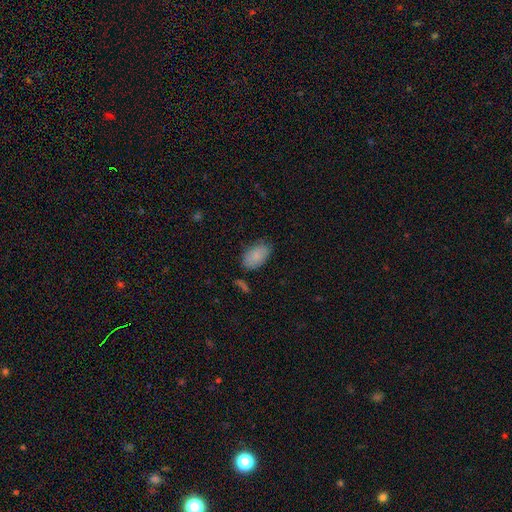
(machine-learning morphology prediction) Smooth or featured? Predicted: smooth (p=0.85). How rounded? Predicted: in between (p=0.94). Merging? Predicted: none (p=0.76).